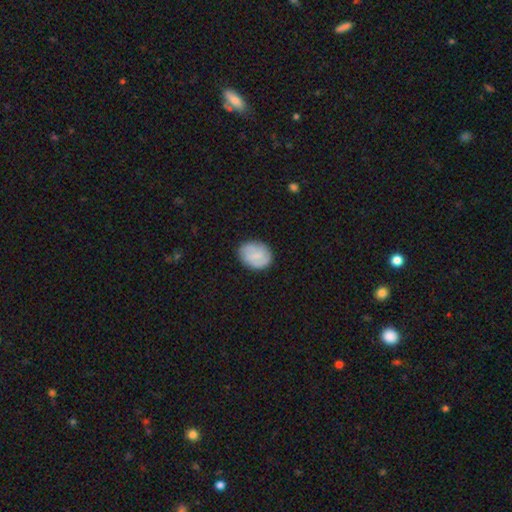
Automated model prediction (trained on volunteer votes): Morphology: type=smooth (70%); roundness=in between (51%); merging=none (83%).